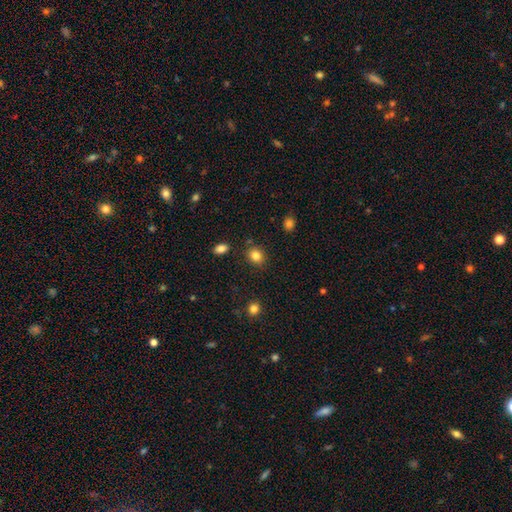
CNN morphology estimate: Smooth or featured? smooth (84%)
How rounded? round (59%)
Merging? none (84%)